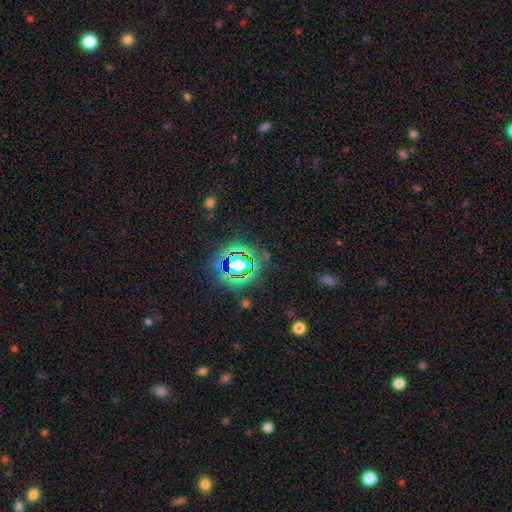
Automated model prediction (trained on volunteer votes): Smooth or featured? Predicted: star or artifact (p=0.73).